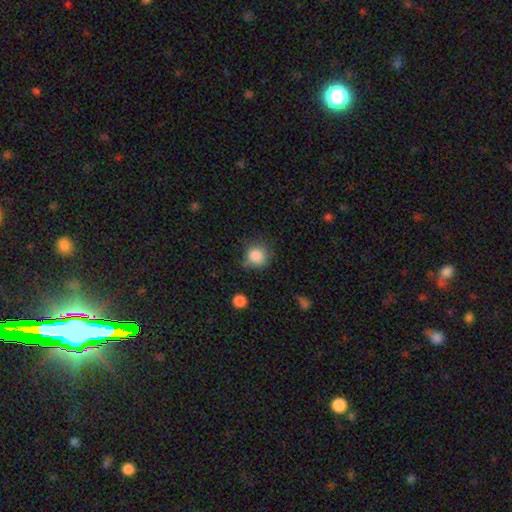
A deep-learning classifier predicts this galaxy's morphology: type=smooth (84%); roundness=round (87%); merging=none (66%).